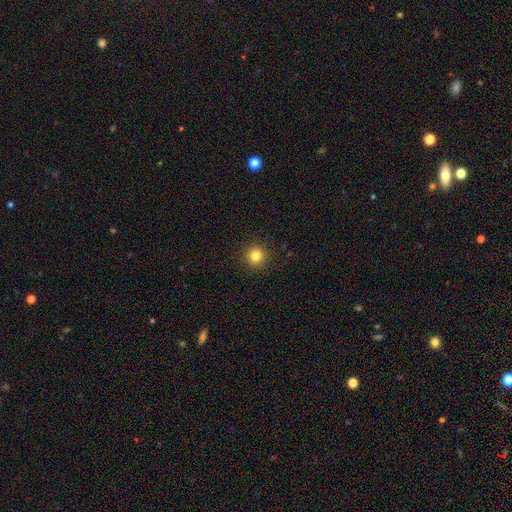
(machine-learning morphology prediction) Smooth or featured?
  - smooth: 82% *
  - star or artifact: 12%
  - featured or disk: 5%
How rounded?
  - round: 94% *
  - in between: 5%
  - cigar-shaped: 1%
Merging?
  - none: 92% *
  - minor disturbance: 5%
  - major disturbance: 2%
  - merger: 1%